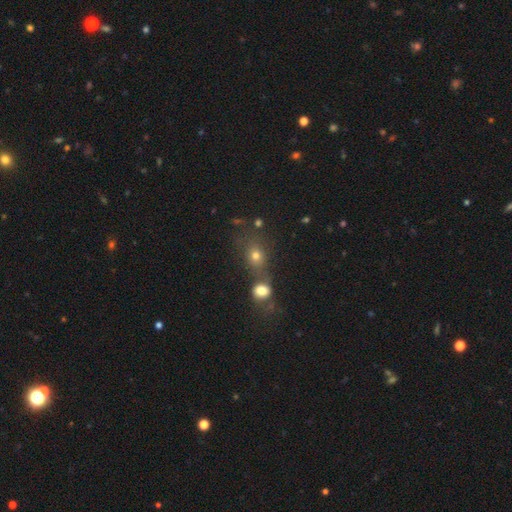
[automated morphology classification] smooth-or-featured: smooth: 70% | star or artifact: 17% | featured or disk: 13%
  how-rounded: round: 57% | in between: 41% | cigar-shaped: 2%
  merging: merger: 45% | none: 38% | minor disturbance: 10% | major disturbance: 7%